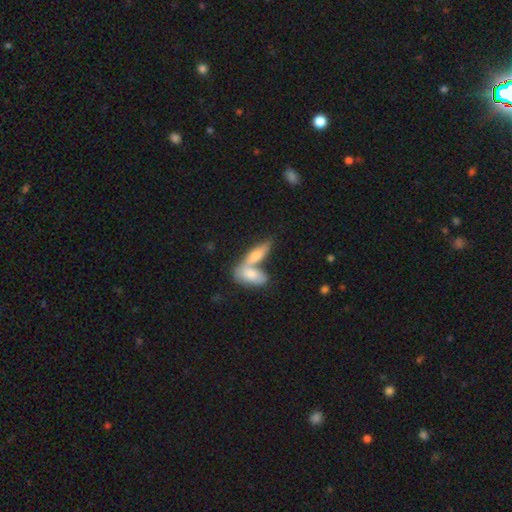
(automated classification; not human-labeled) smooth_or_featured: smooth (p=0.70) [alt: featured or disk p=0.24]
how_rounded: in between (p=0.65) [alt: cigar-shaped p=0.32]
merging: merger (p=0.64) [alt: none p=0.24]